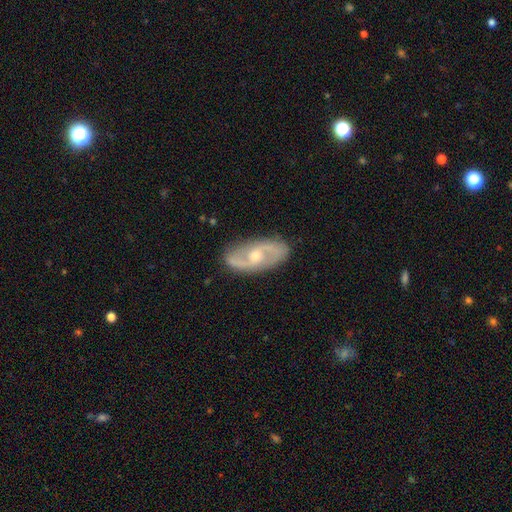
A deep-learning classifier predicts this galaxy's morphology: This appears to be a featured or disk galaxy (82%) with no bar (49%), 2 (89%) medium (48%) spiral arms (92%) and a moderate central bulge (61%). Merging: none (85%).